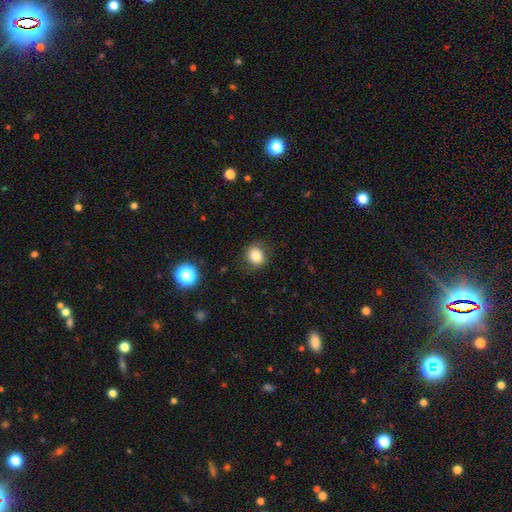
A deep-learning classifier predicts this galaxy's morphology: A smooth galaxy with no disk features (81%) that is round (76%).

Vote fractions:
- Smooth or featured? smooth: 81% / star or artifact: 12% / featured or disk: 7%
- How rounded? round: 76% / in between: 23% / cigar-shaped: 1%
- Merging? none: 84% / minor disturbance: 11% / major disturbance: 3% / merger: 1%